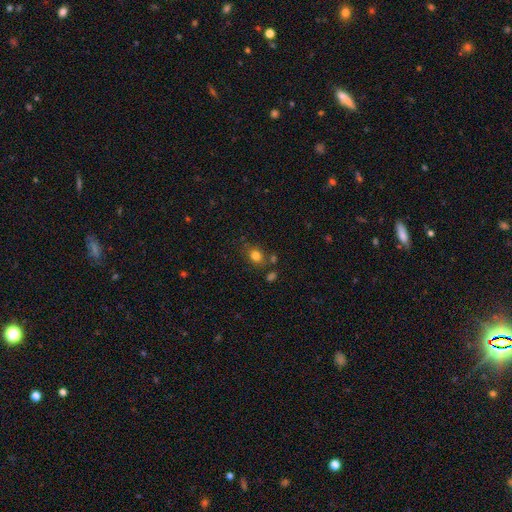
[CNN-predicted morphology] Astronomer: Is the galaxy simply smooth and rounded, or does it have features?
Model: smooth — 79%.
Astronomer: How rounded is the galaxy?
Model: round — 58% (runner-up: in between, 41%).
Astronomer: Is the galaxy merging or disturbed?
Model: none — 73%.